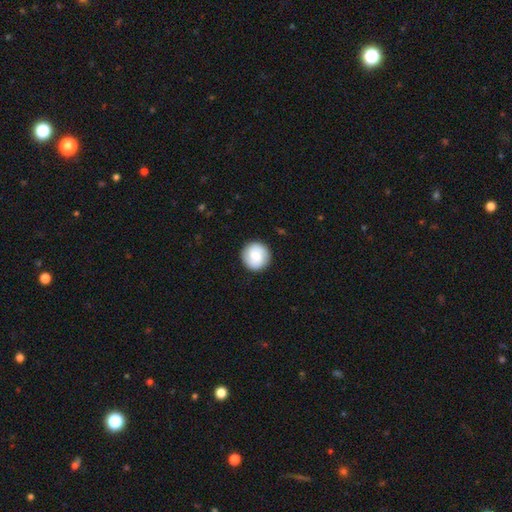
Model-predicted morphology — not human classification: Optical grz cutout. It shows a smooth galaxy with no disk features (68%) that is round (95%). Merging: none (90%).